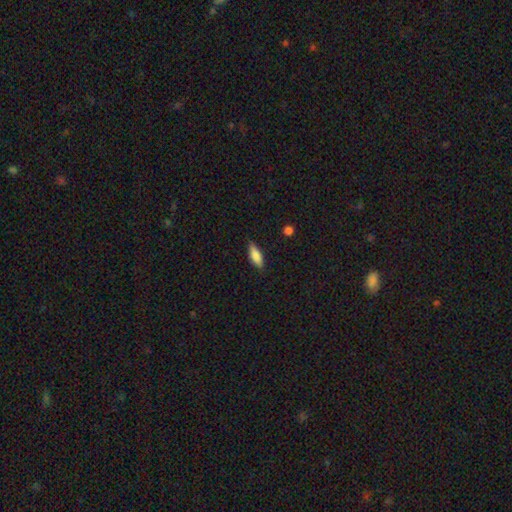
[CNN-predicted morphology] Q: Smooth or featured?
A: smooth (82%); runner-up: featured or disk (11%)
Q: How rounded?
A: in between (68%); runner-up: cigar-shaped (30%)
Q: Merging?
A: none (82%); runner-up: minor disturbance (14%)